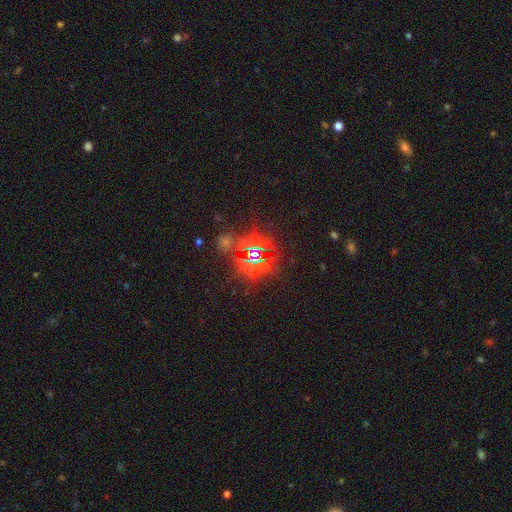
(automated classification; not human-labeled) The model was most divided on "smooth or featured": star or artifact: 80%, smooth: 11%, featured or disk: 9%.